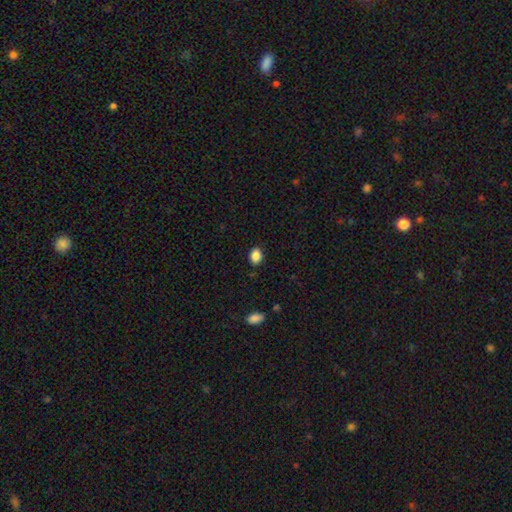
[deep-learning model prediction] The model was most divided on "how rounded": in between: 71%, round: 28%, cigar-shaped: 1%. More confident: merging — none (87%); smooth or featured — smooth (87%).